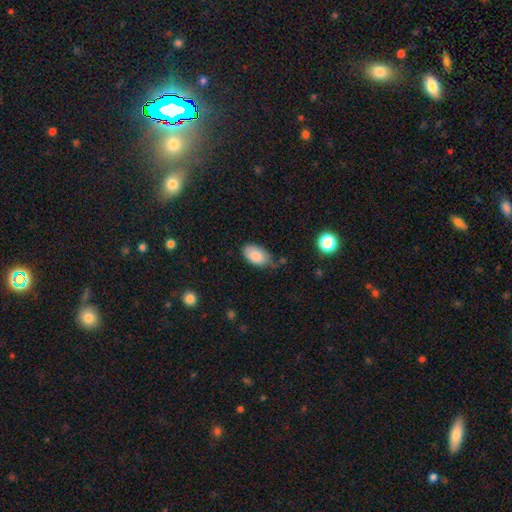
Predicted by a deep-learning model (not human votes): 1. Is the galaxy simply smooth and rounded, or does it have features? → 85% smooth, 8% featured or disk, 7% star or artifact.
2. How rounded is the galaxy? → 94% in between, 4% round, 2% cigar-shaped.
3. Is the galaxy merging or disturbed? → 59% none, 32% minor disturbance, 5% major disturbance, 4% merger.